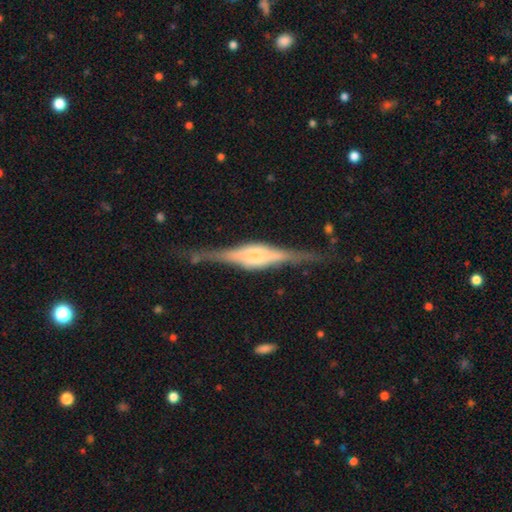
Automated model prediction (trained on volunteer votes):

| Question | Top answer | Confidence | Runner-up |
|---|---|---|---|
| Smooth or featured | featured or disk | 83% | smooth (11%) |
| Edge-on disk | yes | 97% | no (3%) |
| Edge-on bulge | rounded | 63% | boxy (33%) |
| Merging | none | 79% | minor disturbance (15%) |